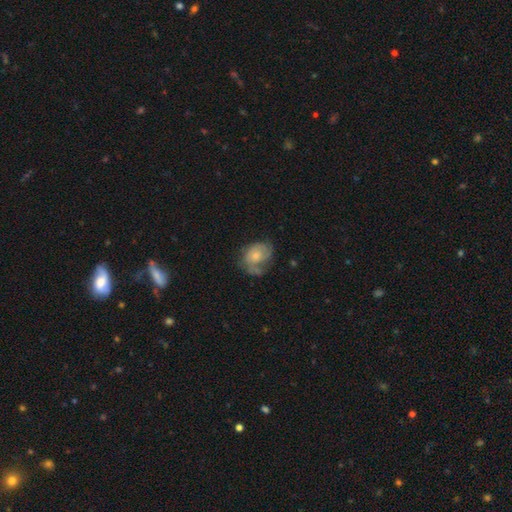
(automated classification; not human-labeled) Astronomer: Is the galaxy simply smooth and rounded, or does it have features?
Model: smooth — 47% (runner-up: featured or disk, 46%).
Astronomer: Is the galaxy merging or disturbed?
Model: none — 38% (runner-up: minor disturbance, 30%).